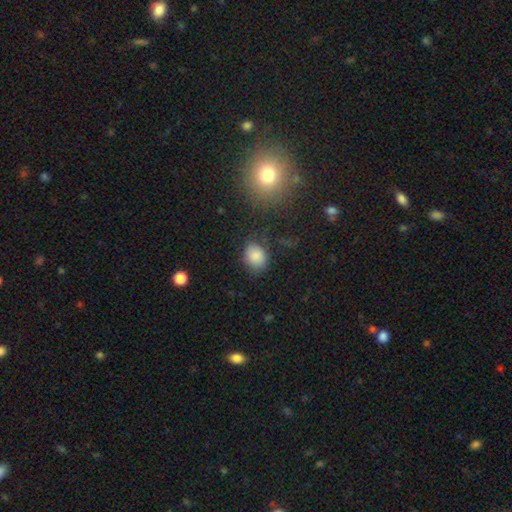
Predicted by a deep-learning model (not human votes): A smooth galaxy with no disk features (84%) that is in between round and cigar-shaped (52%).

Vote fractions:
- Smooth or featured? smooth: 84% / star or artifact: 10% / featured or disk: 6%
- How rounded? in between: 52% / round: 47% / cigar-shaped: 1%
- Merging? none: 70% / minor disturbance: 20% / major disturbance: 6% / merger: 4%